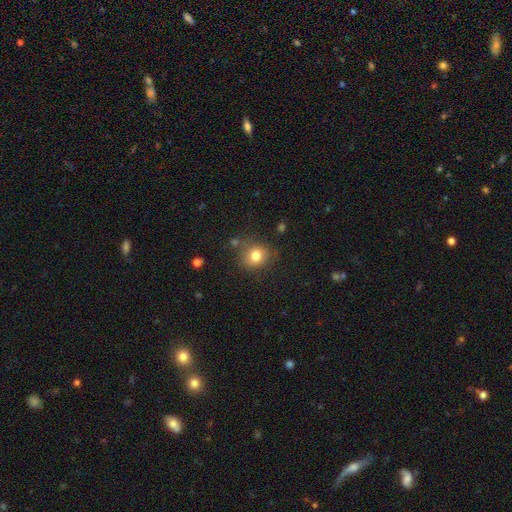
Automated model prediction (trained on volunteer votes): smooth_or_featured: smooth (p=0.80) [alt: star or artifact p=0.11]
how_rounded: round (p=0.74) [alt: in between p=0.25]
merging: none (p=0.77) [alt: minor disturbance p=0.14]